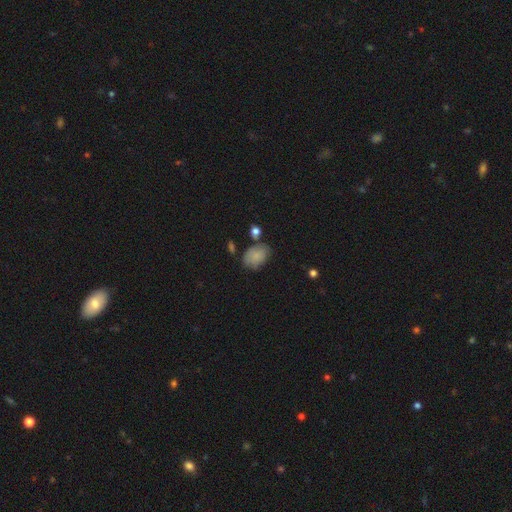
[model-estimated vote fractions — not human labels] Smooth or featured: smooth — 80% (featured or disk — 12%)
How rounded: in between — 80% (round — 19%)
Merging: none — 61% (minor disturbance — 24%)